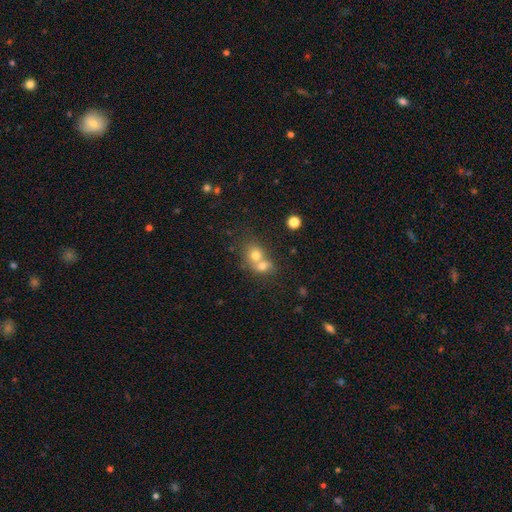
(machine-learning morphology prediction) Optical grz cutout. It shows a smooth galaxy with no disk features (70%) that is round (68%). Merging: merger (66%).